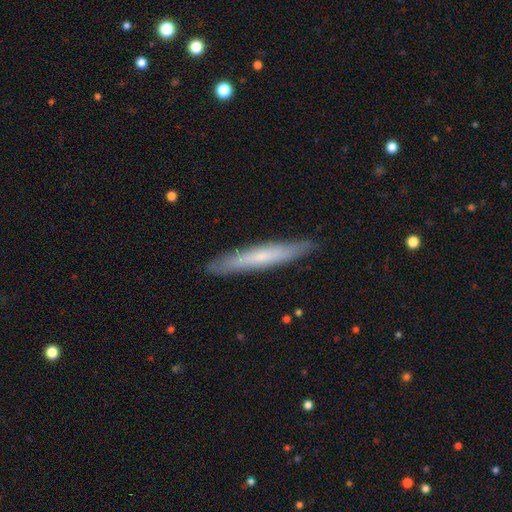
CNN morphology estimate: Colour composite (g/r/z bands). It shows a smooth galaxy with no disk features (49%). Merging: none (89%).